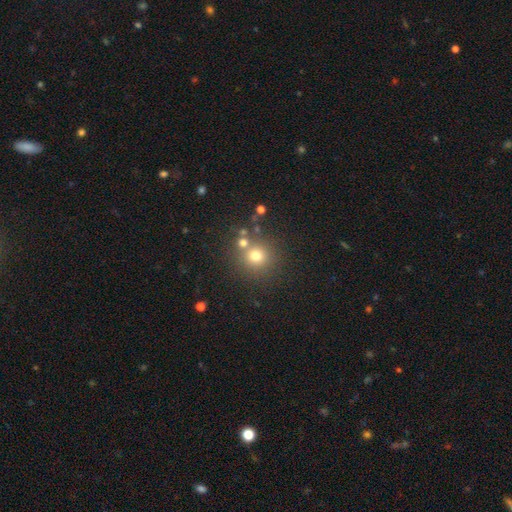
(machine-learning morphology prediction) type=smooth (72%); roundness=round (91%); merging=none (71%).